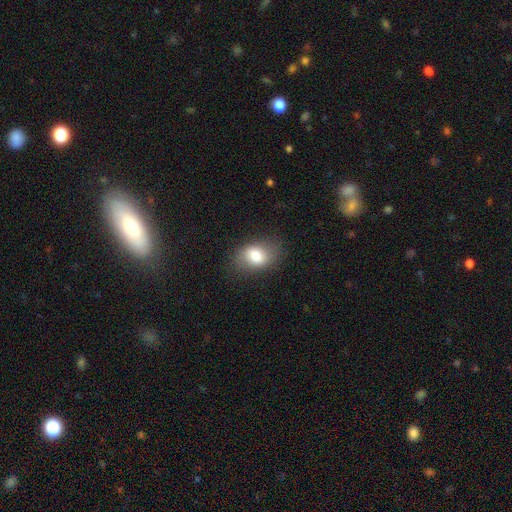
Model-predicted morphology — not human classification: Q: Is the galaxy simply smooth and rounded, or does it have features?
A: smooth — 75%.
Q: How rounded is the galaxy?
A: in between — 77%.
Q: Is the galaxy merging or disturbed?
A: none — 78%.